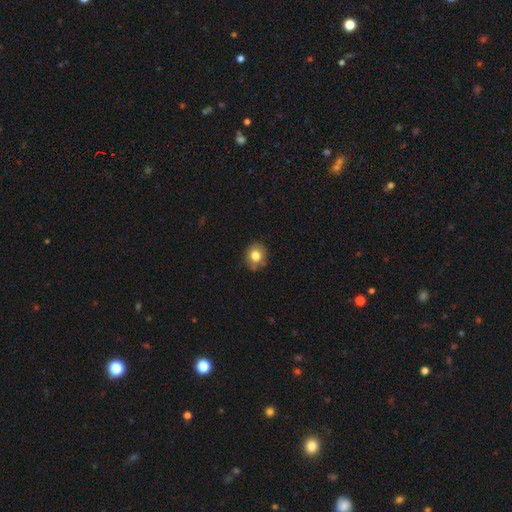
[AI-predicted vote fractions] smooth_or_featured: smooth (p=0.80) [alt: featured or disk p=0.10]
how_rounded: round (p=0.73) [alt: in between p=0.26]
merging: none (p=0.84) [alt: minor disturbance p=0.13]